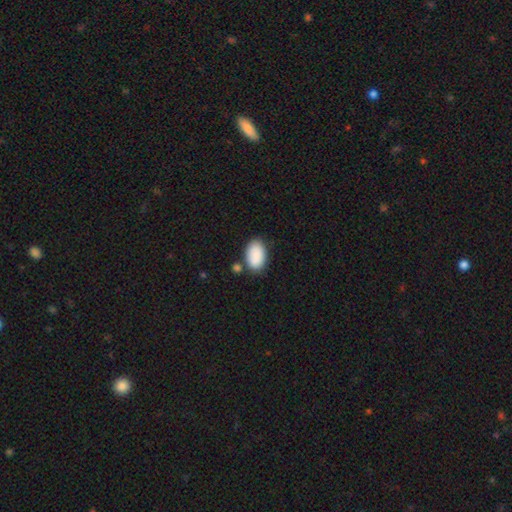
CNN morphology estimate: Q: Smooth or featured?
A: smooth (89%); runner-up: star or artifact (6%)
Q: How rounded?
A: in between (94%); runner-up: round (5%)
Q: Merging?
A: none (71%); runner-up: minor disturbance (15%)